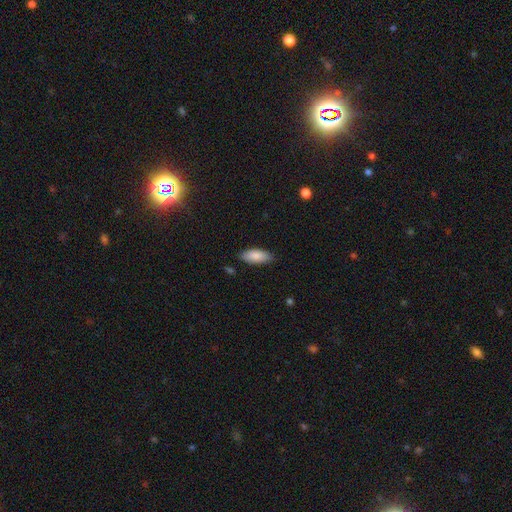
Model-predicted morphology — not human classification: smooth-or-featured: smooth: 86% | featured or disk: 8% | star or artifact: 6%
  how-rounded: in between: 81% | cigar-shaped: 17% | round: 2%
  merging: none: 84% | minor disturbance: 12% | major disturbance: 2% | merger: 1%